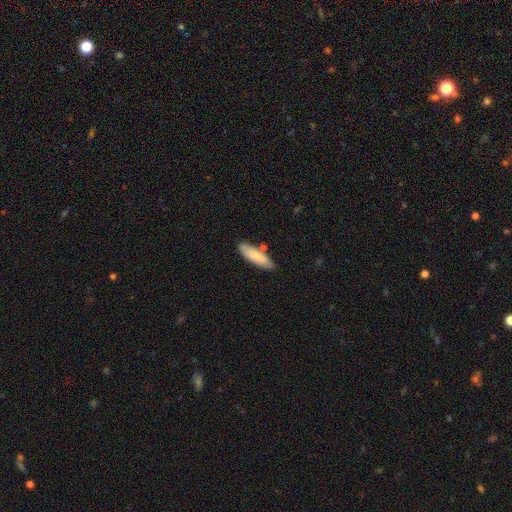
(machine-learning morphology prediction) A smooth galaxy with no disk features (74%) that is in between round and cigar-shaped (49%, tied with cigar-shaped).

Vote fractions:
- Smooth or featured? smooth: 74% / featured or disk: 20% / star or artifact: 6%
- How rounded? in between: 49% (tied) / cigar-shaped: 49% (tied) / round: 2%
- Merging? none: 76% / minor disturbance: 14% / merger: 7% / major disturbance: 3%